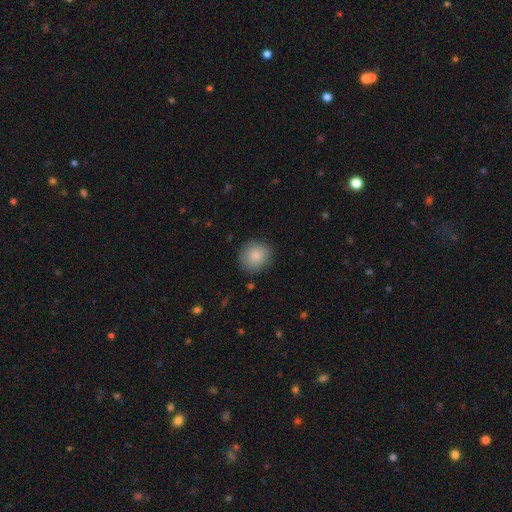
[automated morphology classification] smooth-or-featured: smooth: 83% | featured or disk: 9% | star or artifact: 8%
  how-rounded: round: 87% | in between: 12% | cigar-shaped: 1%
  merging: none: 84% | minor disturbance: 12% | major disturbance: 3% | merger: 1%